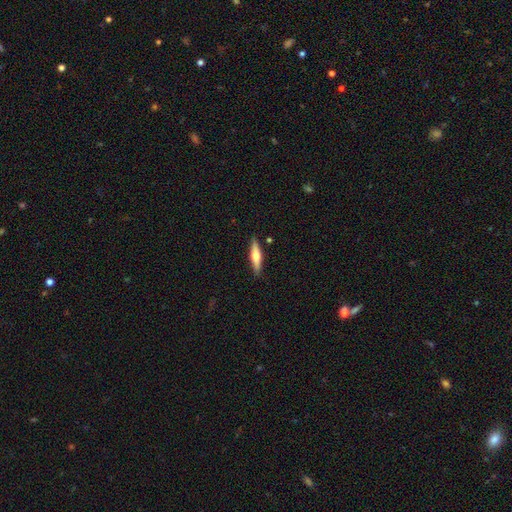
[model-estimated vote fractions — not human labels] Morphology: type=featured or disk (51%); edge-on=yes (95%); merging=none (88%).